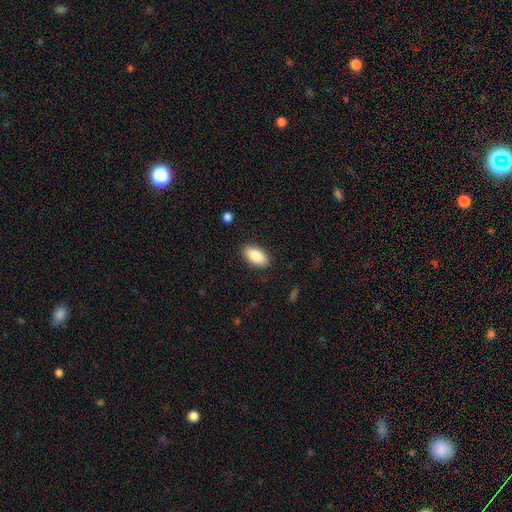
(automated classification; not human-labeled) Morphology: type=smooth (87%); roundness=in between (93%); merging=none (88%).